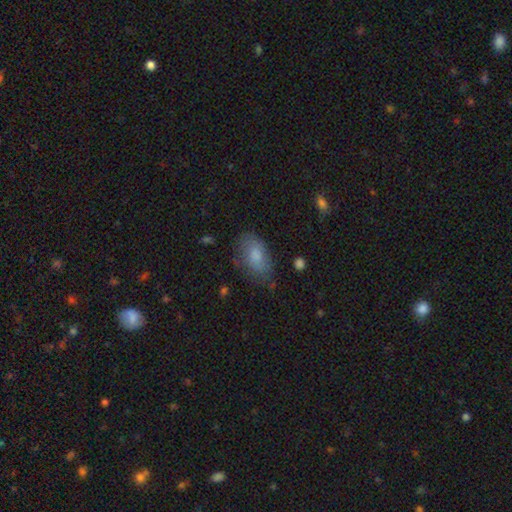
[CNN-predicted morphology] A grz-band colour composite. It shows a smooth galaxy with no disk features (77%) that is in between round and cigar-shaped (91%). Merging: none (67%).